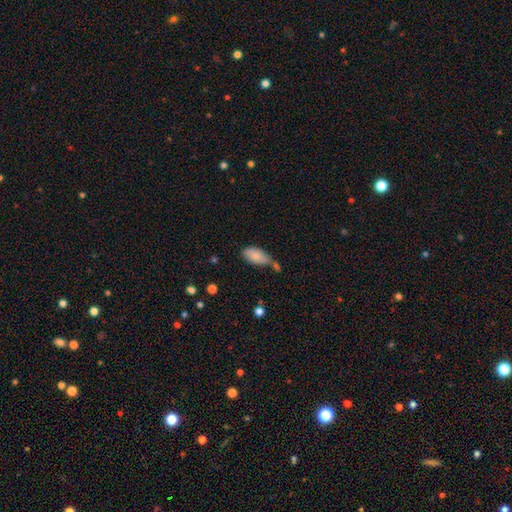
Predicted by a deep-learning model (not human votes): Smooth or featured? Predicted: smooth (p=0.85). How rounded? Predicted: in between (p=0.92). Merging? Predicted: none (p=0.44).